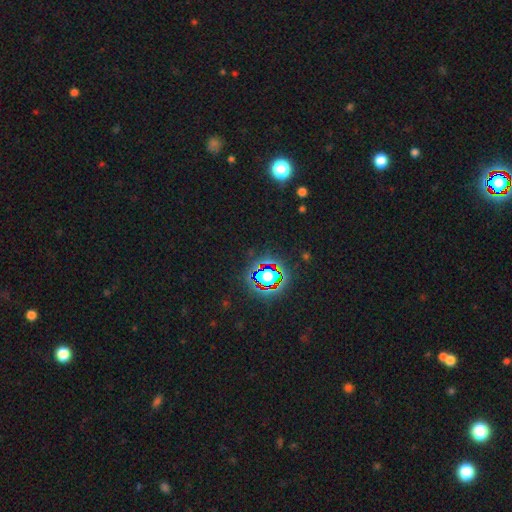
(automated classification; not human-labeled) Smooth or featured? Predicted: star or artifact (p=0.82).